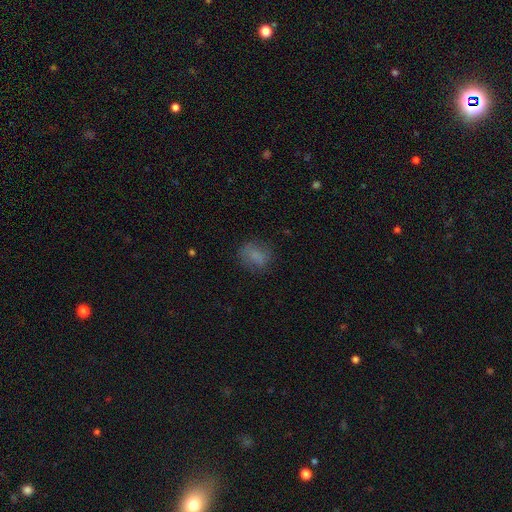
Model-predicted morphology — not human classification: This appears to be a smooth galaxy with no disk features (75%) that is in between round and cigar-shaped (56%). Merging: none (71%).